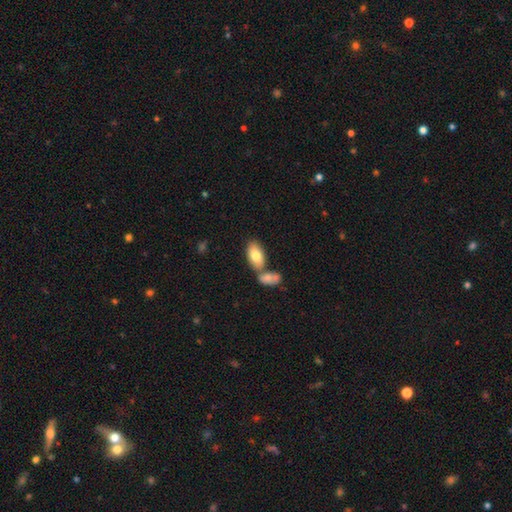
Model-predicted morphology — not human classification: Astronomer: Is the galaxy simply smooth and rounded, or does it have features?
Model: smooth — 79%.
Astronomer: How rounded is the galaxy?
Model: in between — 93%.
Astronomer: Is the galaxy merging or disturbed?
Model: none — 53% (runner-up: merger, 34%).